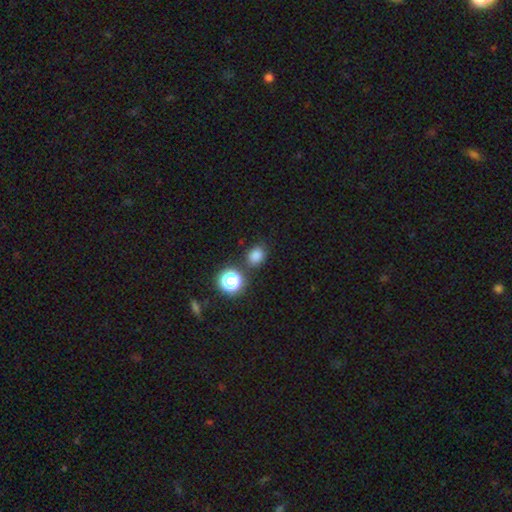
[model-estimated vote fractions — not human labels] Q: Smooth or featured?
A: smooth (78%); runner-up: star or artifact (17%)
Q: How rounded?
A: round (59%); runner-up: in between (40%)
Q: Merging?
A: none (78%); runner-up: minor disturbance (12%)